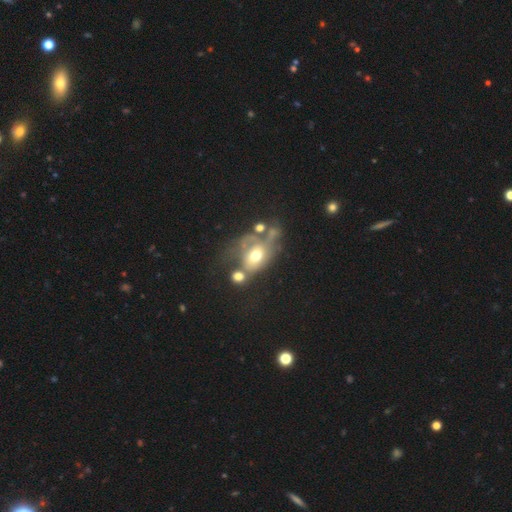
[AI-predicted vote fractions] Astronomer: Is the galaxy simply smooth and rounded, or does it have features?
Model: smooth — 47% (runner-up: featured or disk, 41%).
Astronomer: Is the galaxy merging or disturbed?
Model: merger — 34% (runner-up: major disturbance, 32%).